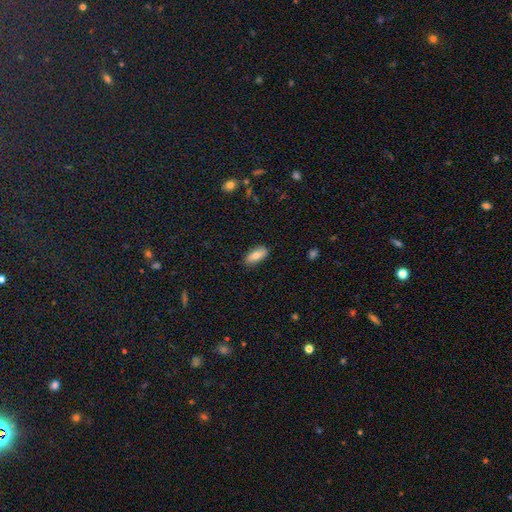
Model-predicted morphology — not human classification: smooth_or_featured: smooth (p=0.77) [alt: featured or disk p=0.16]
how_rounded: in between (p=0.81) [alt: cigar-shaped p=0.16]
merging: none (p=0.86) [alt: minor disturbance p=0.11]